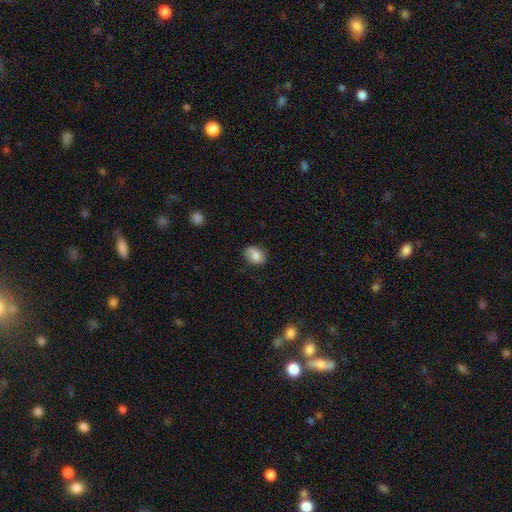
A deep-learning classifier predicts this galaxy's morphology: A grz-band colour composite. It shows a smooth galaxy with no disk features (83%) that is in between round and cigar-shaped (62%). Merging: none (77%).